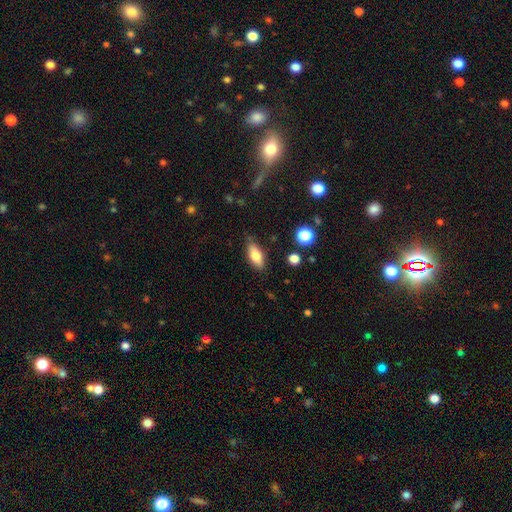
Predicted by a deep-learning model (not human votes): This is likely a smooth galaxy (77%). How rounded: likely in between (78%). Merging: likely none (79%).